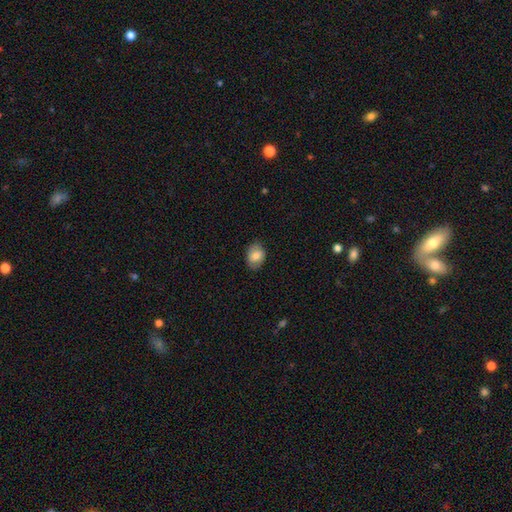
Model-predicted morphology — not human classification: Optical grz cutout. It shows a smooth galaxy with no disk features (79%) that is in between round and cigar-shaped (76%). Merging: none (83%).